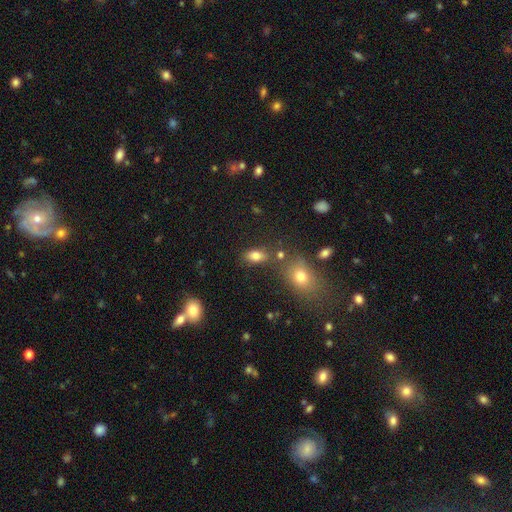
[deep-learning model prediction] A smooth galaxy with no disk features (81%) that is in between round and cigar-shaped (86%).

Vote fractions:
- Smooth or featured? smooth: 81% / star or artifact: 11% / featured or disk: 8%
- How rounded? in between: 86% / round: 10% / cigar-shaped: 4%
- Merging? none: 69% / minor disturbance: 15% / merger: 11% / major disturbance: 5%